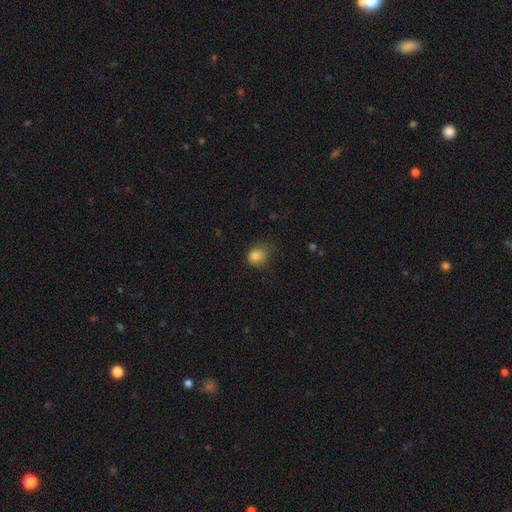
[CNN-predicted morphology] A smooth galaxy with no disk features (84%) that is round (63%). Merging: none (52%).